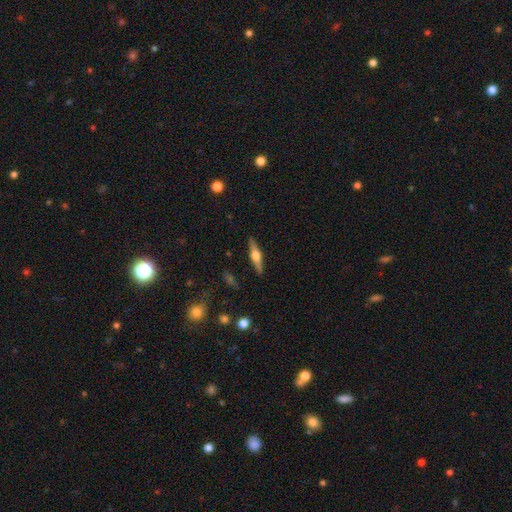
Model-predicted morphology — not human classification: Smooth or featured: featured or disk — 66% (smooth — 28%)
Edge-on disk: yes — 97% (no — 3%)
Edge-on bulge: rounded — 93% (boxy — 5%)
Merging: none — 90% (minor disturbance — 7%)